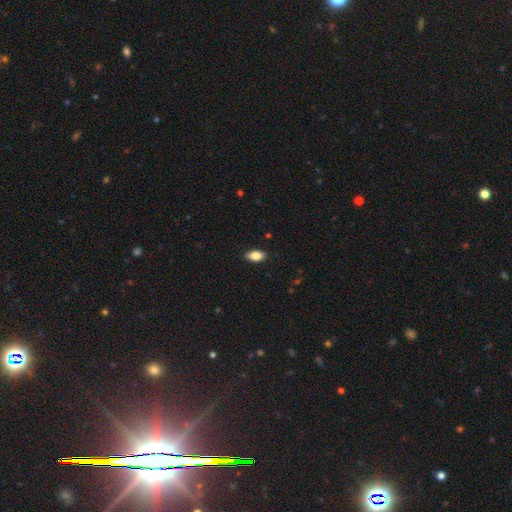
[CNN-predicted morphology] Overall: smooth (85%). How rounded: in between (92%). Merging: none (89%).